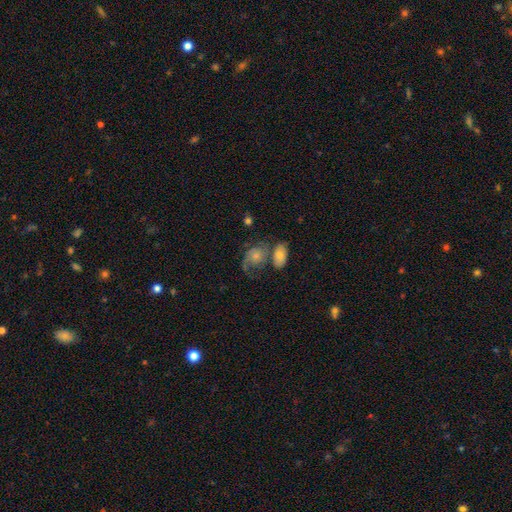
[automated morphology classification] A featured or disk galaxy (55%) with no bar (78%), spiral arms (83%) and a small central bulge (47%).

Vote fractions:
- Smooth or featured? featured or disk: 55% / smooth: 37% / star or artifact: 8%
- Edge-on disk? no: 97% / yes: 3%
- Bar? no: 78% / weak: 19% / strong: 3%
- Spiral arms? yes: 83% / no: 17%
- Bulge size? small: 47% / moderate: 37% / none: 8% / large: 6% / dominant: 2%
- Merging? merger: 30% / none: 29% / major disturbance: 24% / minor disturbance: 16%